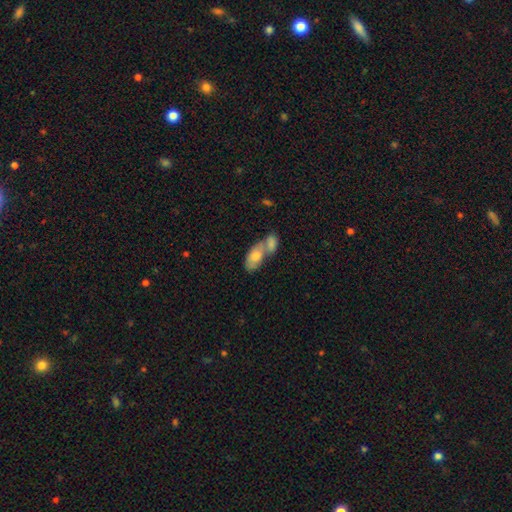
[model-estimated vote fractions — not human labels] Smooth or featured: smooth — 71% (featured or disk — 22%)
How rounded: in between — 87% (cigar-shaped — 7%)
Merging: merger — 64% (none — 23%)